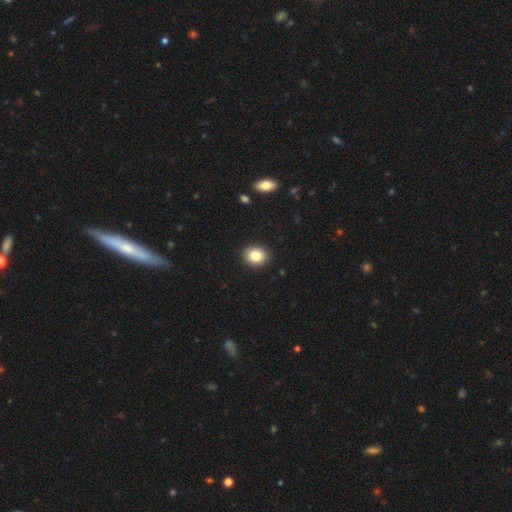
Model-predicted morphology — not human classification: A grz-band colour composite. It shows a smooth galaxy with no disk features (84%) that is round (53%). Merging: none (91%).